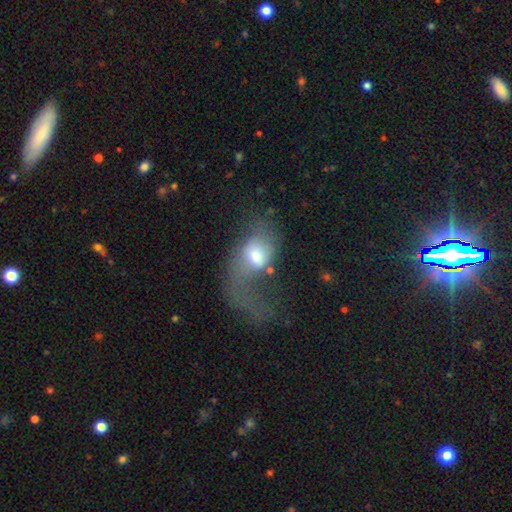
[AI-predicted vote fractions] This appears to be a smooth galaxy with no disk features (49%). Merging: major disturbance (64%).